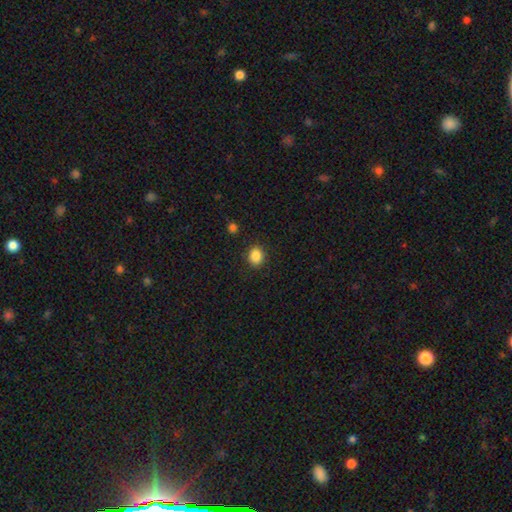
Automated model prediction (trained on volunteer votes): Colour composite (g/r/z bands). It shows a smooth galaxy with no disk features (86%) that is round (63%). Merging: none (89%).